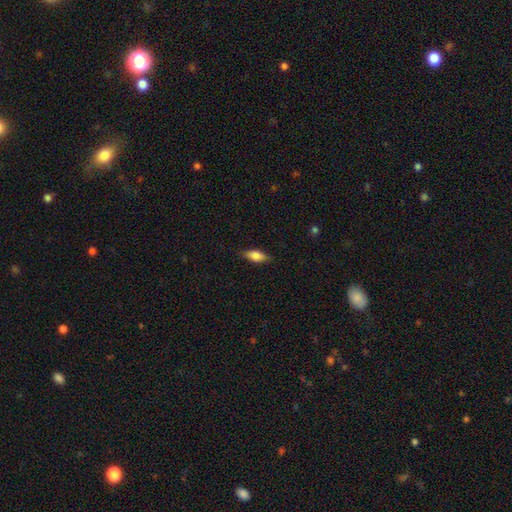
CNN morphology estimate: smooth_or_featured: smooth (p=0.75) [alt: featured or disk p=0.18]
how_rounded: in between (p=0.76) [alt: cigar-shaped p=0.21]
merging: none (p=0.83) [alt: minor disturbance p=0.13]